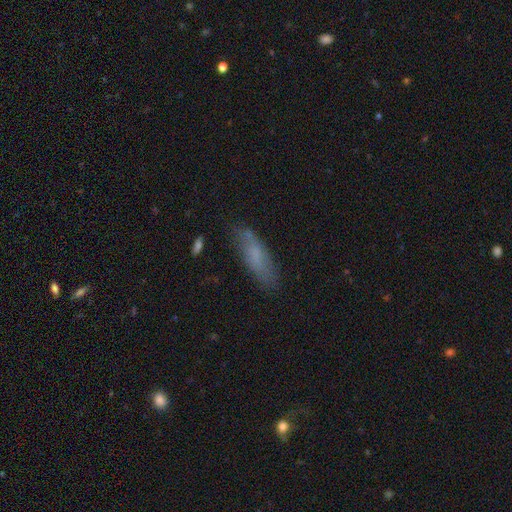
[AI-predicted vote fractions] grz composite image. It shows a smooth galaxy with no disk features (68%) that is cigar-shaped (52%). Merging: none (73%).